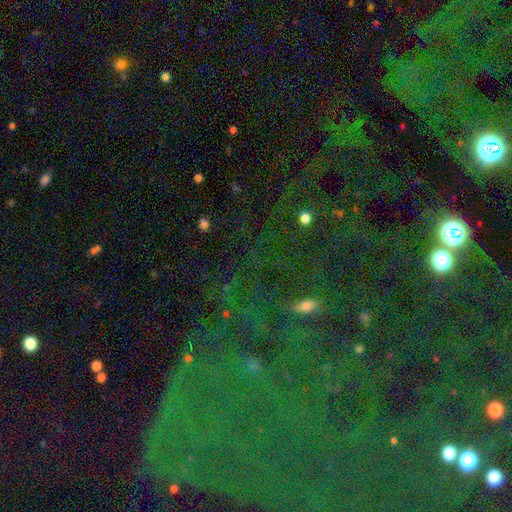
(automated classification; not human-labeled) Overall: star or artifact (76%).